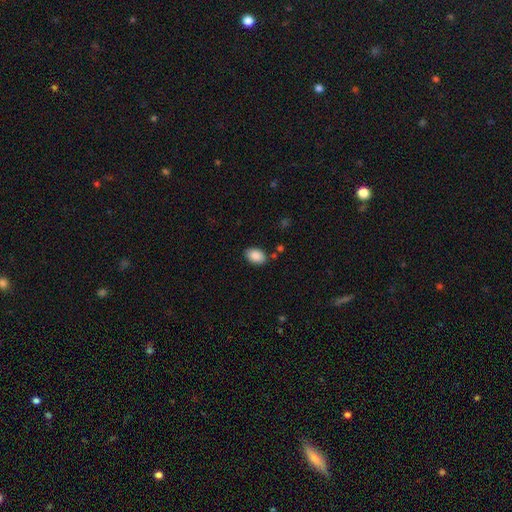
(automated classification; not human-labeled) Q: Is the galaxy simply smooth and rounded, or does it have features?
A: smooth — 89%.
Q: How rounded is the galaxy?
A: in between — 86%.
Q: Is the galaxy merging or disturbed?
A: none — 82%.